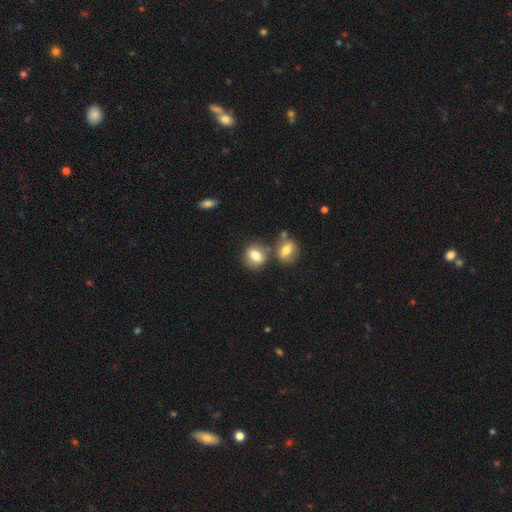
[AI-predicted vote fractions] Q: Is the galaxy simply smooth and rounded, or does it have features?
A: smooth — 77%.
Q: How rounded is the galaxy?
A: in between — 53%.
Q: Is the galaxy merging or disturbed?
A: none — 58%.